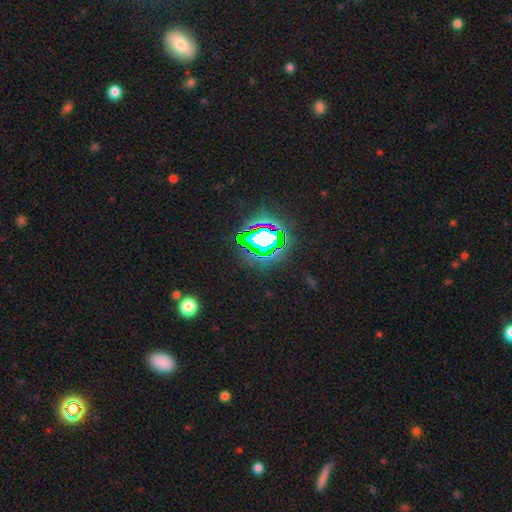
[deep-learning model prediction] smooth_or_featured: star or artifact (p=0.80) [alt: smooth p=0.13]